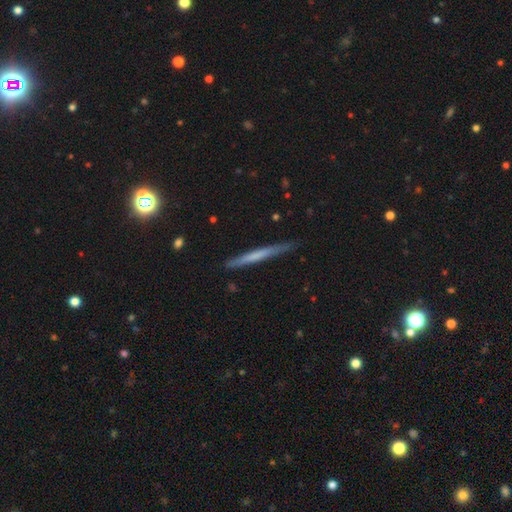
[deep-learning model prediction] This appears to be a smooth galaxy with no disk features (50%) that is cigar-shaped (97%). Merging: none (85%).